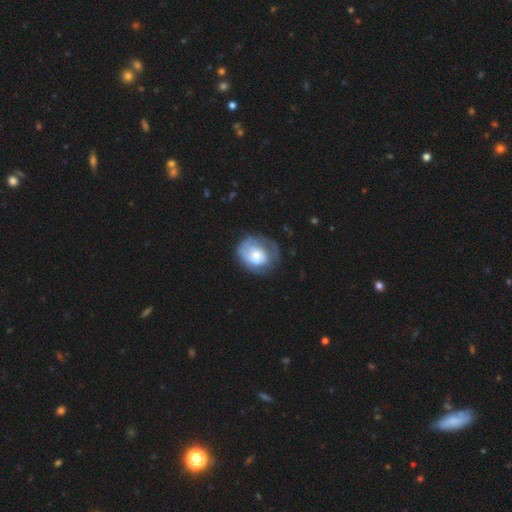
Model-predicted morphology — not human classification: featured or disk 50%, smooth 44%, star or artifact 6%. Down the decision tree: merging — none (46%).